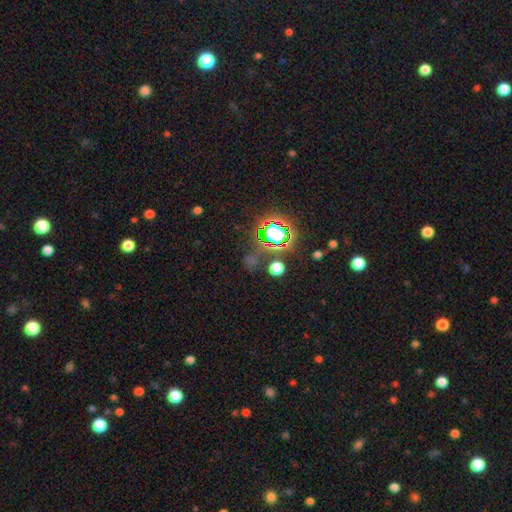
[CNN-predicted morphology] A star or artifact, not a galaxy (75%).

Vote fractions:
- Smooth or featured? star or artifact: 75% / smooth: 17% / featured or disk: 8%